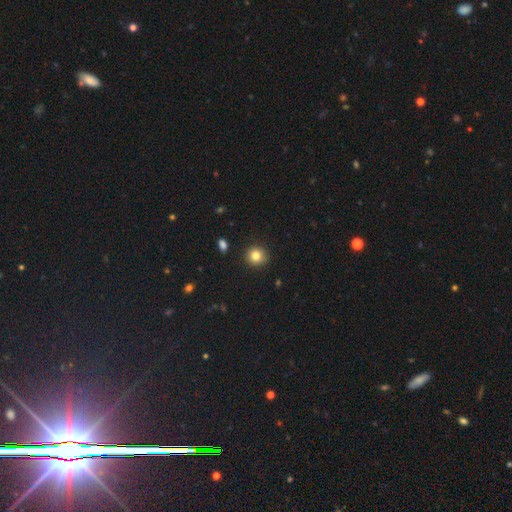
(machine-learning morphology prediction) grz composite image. It shows a smooth galaxy with no disk features (83%) that is round (89%). Merging: none (91%).